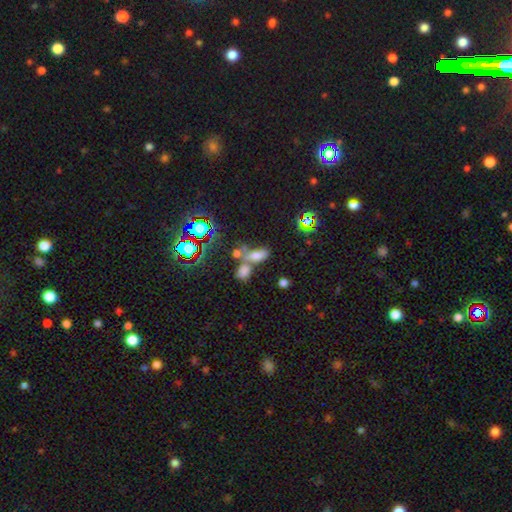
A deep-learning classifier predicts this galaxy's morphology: Smooth or featured?
  - smooth: 63% *
  - star or artifact: 23%
  - featured or disk: 14%
How rounded?
  - in between: 77% *
  - cigar-shaped: 14%
  - round: 9%
Merging?
  - merger: 43% *
  - none: 39%
  - minor disturbance: 11%
  - major disturbance: 7%